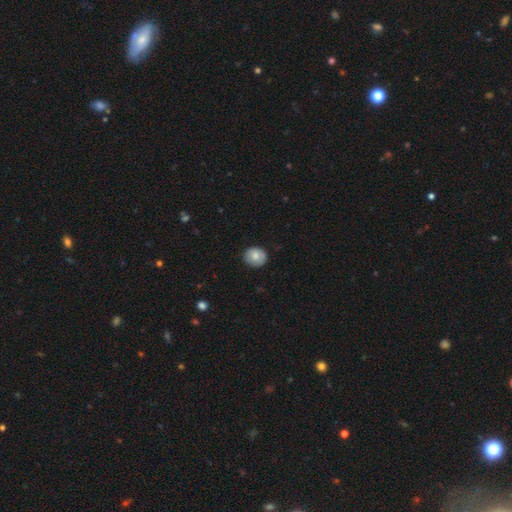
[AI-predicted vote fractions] Smooth or featured? Predicted: smooth (p=0.78). How rounded? Predicted: round (p=0.78). Merging? Predicted: none (p=0.85).